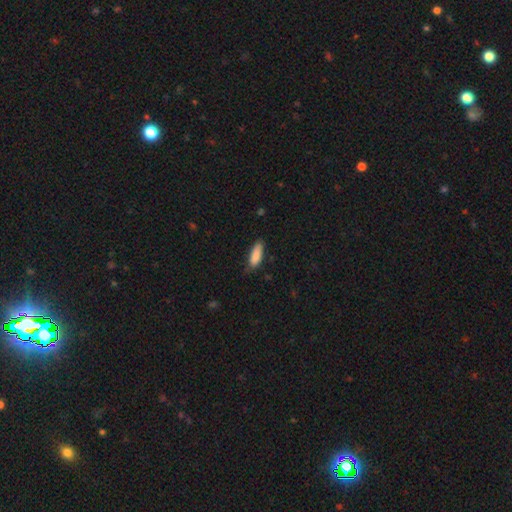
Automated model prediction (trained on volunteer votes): Morphology: type=smooth (86%); roundness=in between (58%); merging=none (68%).